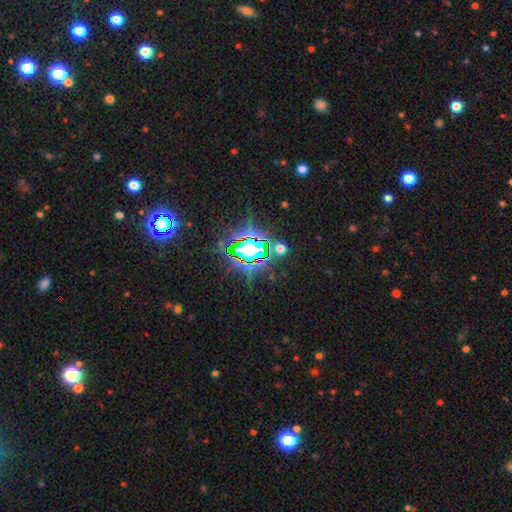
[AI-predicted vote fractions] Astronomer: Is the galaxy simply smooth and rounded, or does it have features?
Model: star or artifact — 77%.